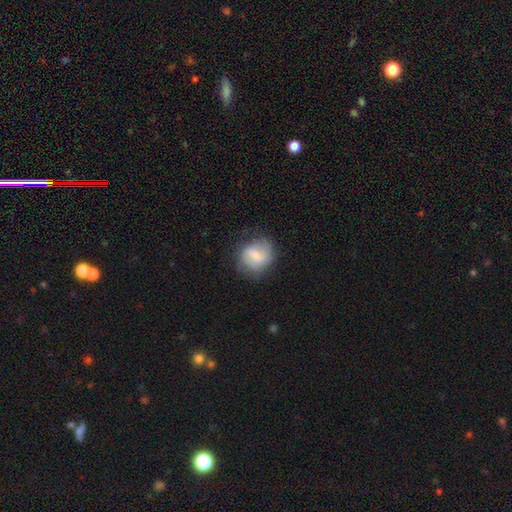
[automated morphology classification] A smooth galaxy with no disk features (56%) that is round (68%).

Vote fractions:
- Smooth or featured? smooth: 56% / featured or disk: 36% / star or artifact: 8%
- How rounded? round: 68% / in between: 30% / cigar-shaped: 1%
- Merging? none: 62% / minor disturbance: 24% / major disturbance: 12% / merger: 2%